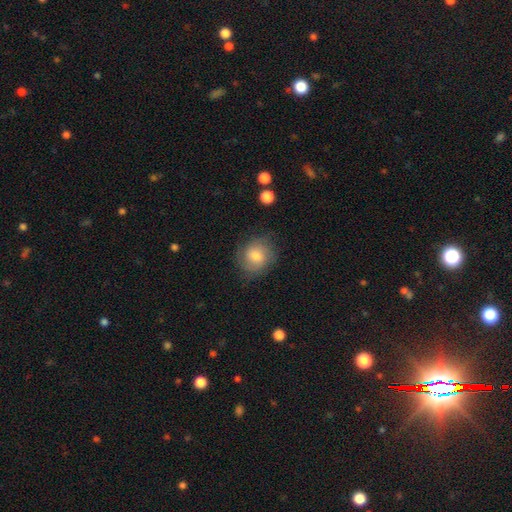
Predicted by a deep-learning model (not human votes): A smooth galaxy with no disk features (60%) that is round (75%).

Vote fractions:
- Smooth or featured? smooth: 60% / featured or disk: 31% / star or artifact: 9%
- How rounded? round: 75% / in between: 24% / cigar-shaped: 1%
- Merging? none: 75% / minor disturbance: 17% / major disturbance: 6% / merger: 1%